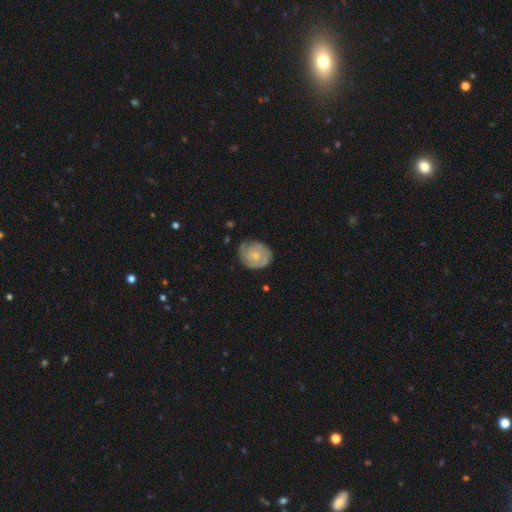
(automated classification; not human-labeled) featured or disk 58%, smooth 36%, star or artifact 6%. Down the decision tree: edge-on disk — no (97%); bar — no (82%); spiral arms — yes (82%); bulge size — small (65%); merging — none (69%).